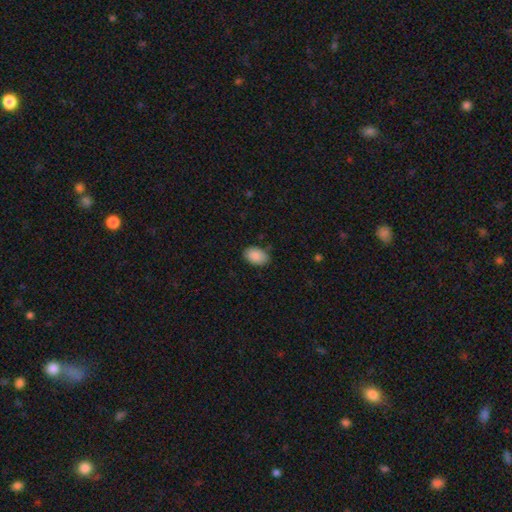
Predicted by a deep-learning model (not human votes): Q: Smooth or featured?
A: smooth (90%); runner-up: star or artifact (7%)
Q: How rounded?
A: in between (90%); runner-up: round (9%)
Q: Merging?
A: none (84%); runner-up: minor disturbance (12%)